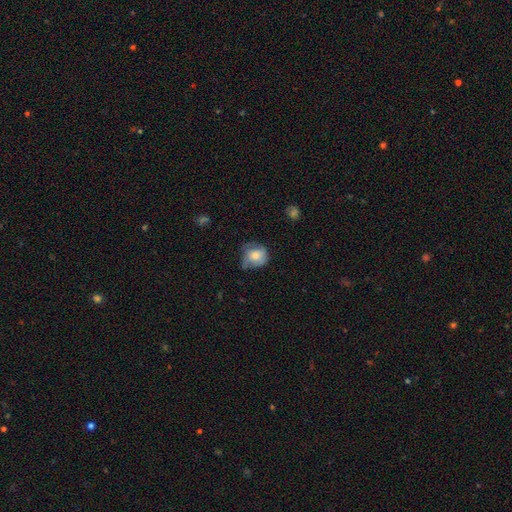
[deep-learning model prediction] Smooth or featured?
  - smooth: 66% *
  - featured or disk: 26%
  - star or artifact: 8%
How rounded?
  - round: 73% *
  - in between: 26%
  - cigar-shaped: 1%
Merging?
  - none: 42% *
  - minor disturbance: 37%
  - major disturbance: 19%
  - merger: 3%